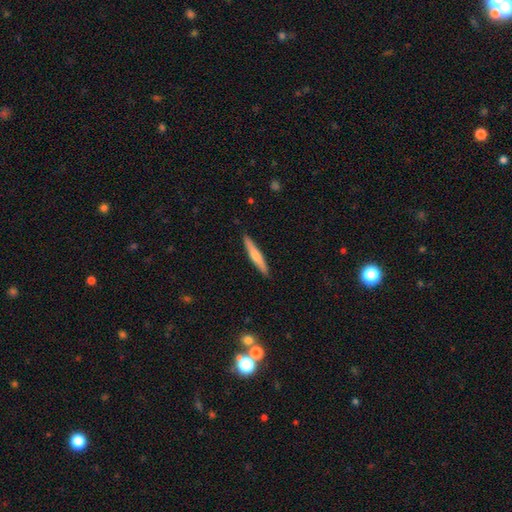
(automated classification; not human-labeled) smooth_or_featured: smooth (p=0.59) [alt: featured or disk p=0.36]
how_rounded: cigar-shaped (p=0.93) [alt: in between p=0.05]
merging: none (p=0.90) [alt: minor disturbance p=0.07]